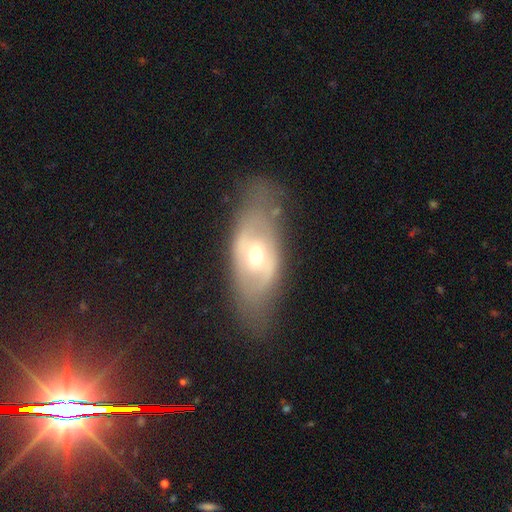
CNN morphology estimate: The model was most divided on "bar": no: 41%, weak: 40%, strong: 19%. More confident: edge-on disk — no (87%); bulge size — moderate (69%); merging — none (67%); smooth or featured — featured or disk (63%); spiral arms — no (54%).